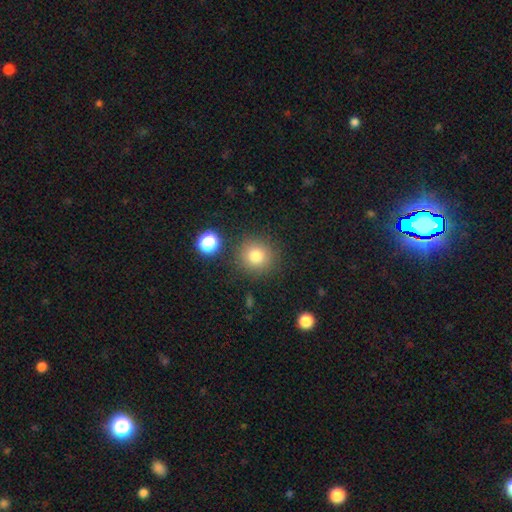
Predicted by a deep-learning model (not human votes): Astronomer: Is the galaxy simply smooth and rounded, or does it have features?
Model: smooth — 79%.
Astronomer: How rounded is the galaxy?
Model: round — 92%.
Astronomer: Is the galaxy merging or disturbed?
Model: none — 85%.